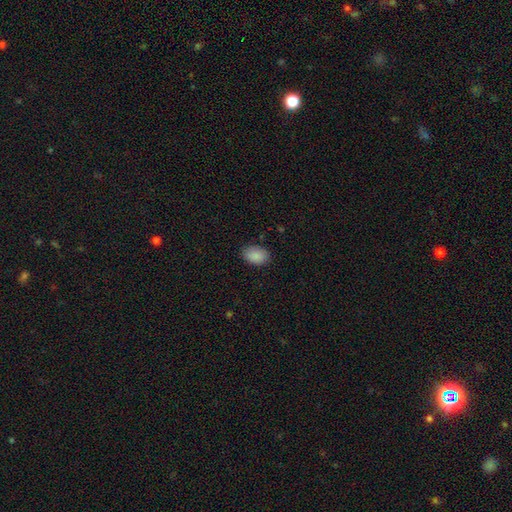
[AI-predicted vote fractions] Smooth or featured: smooth — 89% (star or artifact — 7%)
How rounded: in between — 86% (round — 13%)
Merging: none — 85% (minor disturbance — 12%)